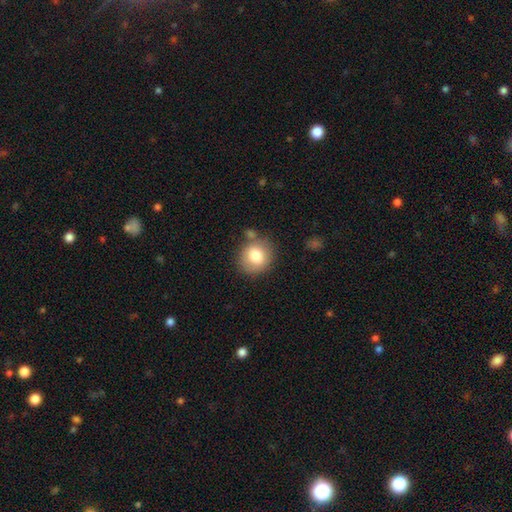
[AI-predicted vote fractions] Smooth or featured? Predicted: smooth (p=0.80). How rounded? Predicted: round (p=0.84). Merging? Predicted: none (p=0.73).